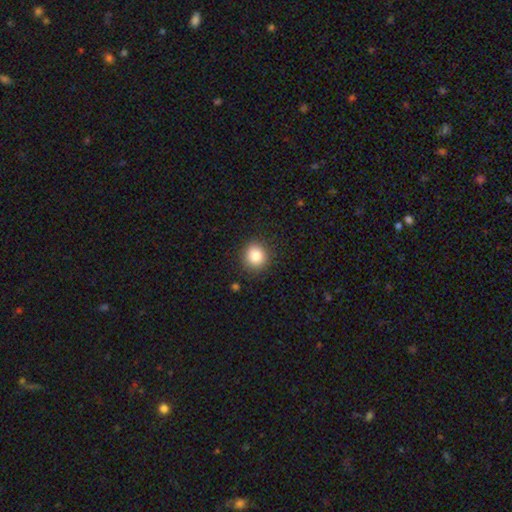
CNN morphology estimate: smooth 84%, star or artifact 10%, featured or disk 6%. Down the decision tree: how rounded — round (88%); merging — none (89%).